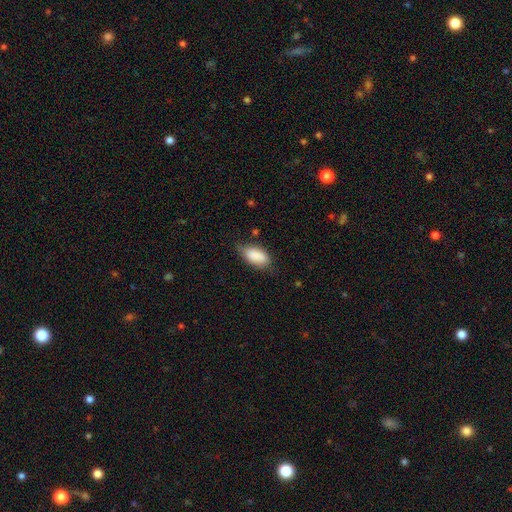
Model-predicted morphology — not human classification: Smooth or featured?
  - smooth: 86% *
  - featured or disk: 7%
  - star or artifact: 7%
How rounded?
  - in between: 91% *
  - cigar-shaped: 6%
  - round: 3%
Merging?
  - none: 57% *
  - minor disturbance: 34%
  - major disturbance: 7%
  - merger: 2%